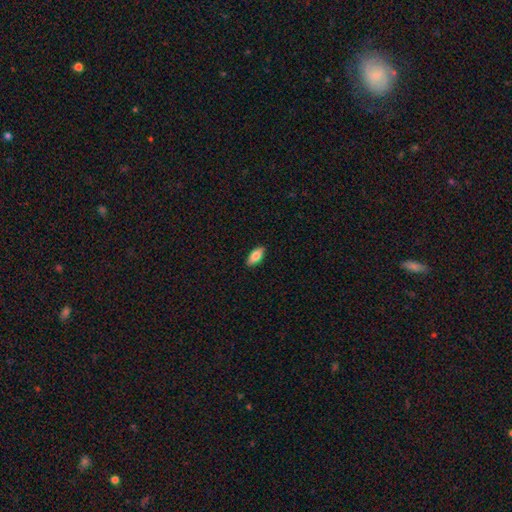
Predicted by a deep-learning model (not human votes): This appears to be a smooth galaxy with no disk features (80%) that is in between round and cigar-shaped (87%). Merging: none (90%).